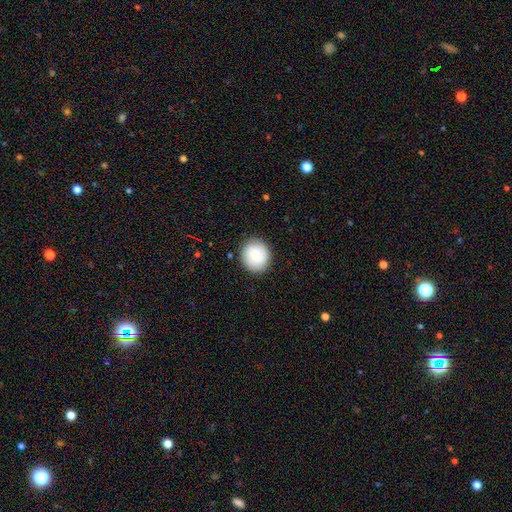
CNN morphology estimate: Overall: smooth (79%). How rounded: round (86%). Merging: none (88%).